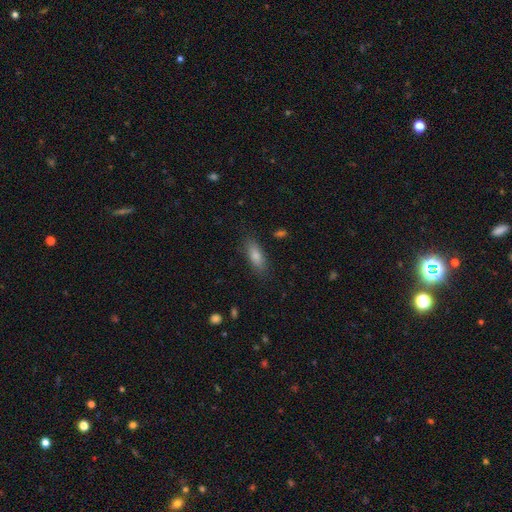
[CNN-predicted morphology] A smooth galaxy with no disk features (82%) that is in between round and cigar-shaped (71%).

Vote fractions:
- Smooth or featured? smooth: 82% / featured or disk: 10% / star or artifact: 7%
- How rounded? in between: 71% / cigar-shaped: 26% / round: 3%
- Merging? none: 83% / minor disturbance: 12% / major disturbance: 3% / merger: 2%